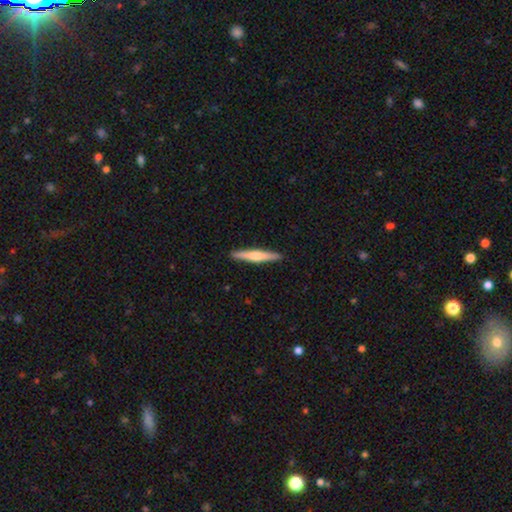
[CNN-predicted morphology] type=smooth (49%); merging=none (91%).